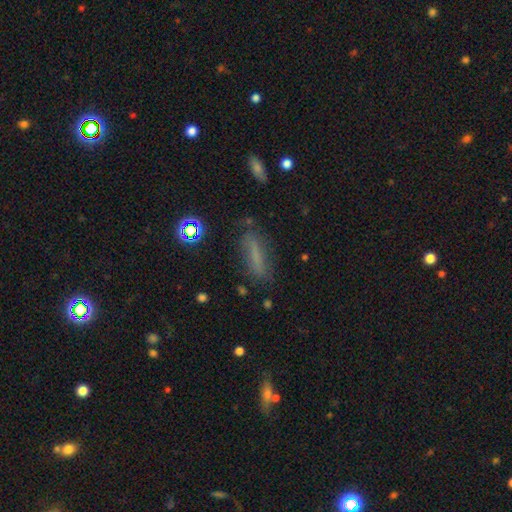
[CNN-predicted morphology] The model was most divided on "smooth or featured": smooth: 61%, featured or disk: 22%, star or artifact: 17%. More confident: merging — none (71%); how rounded — cigar-shaped (69%).